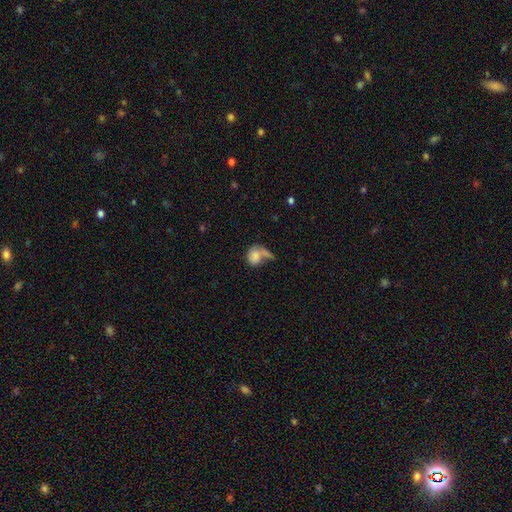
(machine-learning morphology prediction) Smooth or featured: smooth — 73% (featured or disk — 18%)
How rounded: in between — 52% (round — 46%)
Merging: merger — 40% (none — 27%)